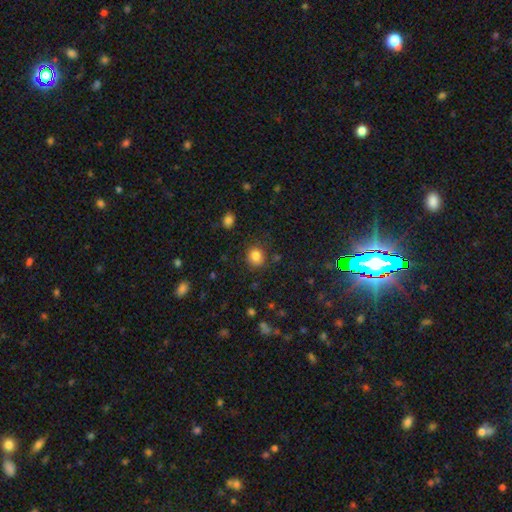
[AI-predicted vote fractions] Smooth or featured: smooth — 83% (star or artifact — 11%)
How rounded: round — 80% (in between — 19%)
Merging: none — 84% (minor disturbance — 11%)